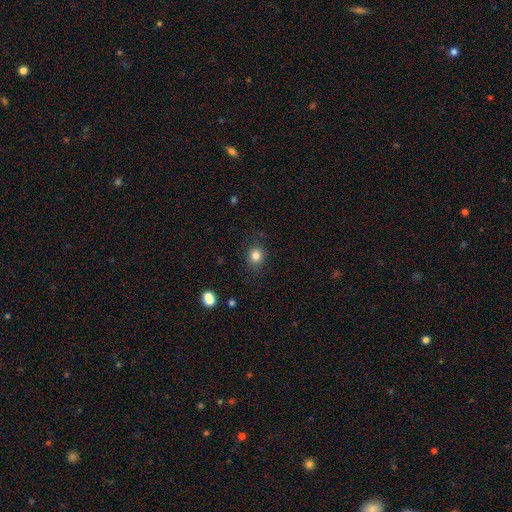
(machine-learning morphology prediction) smooth-or-featured: smooth: 82% | star or artifact: 12% | featured or disk: 6%
  how-rounded: round: 80% | in between: 19% | cigar-shaped: 1%
  merging: none: 84% | minor disturbance: 11% | major disturbance: 4% | merger: 1%